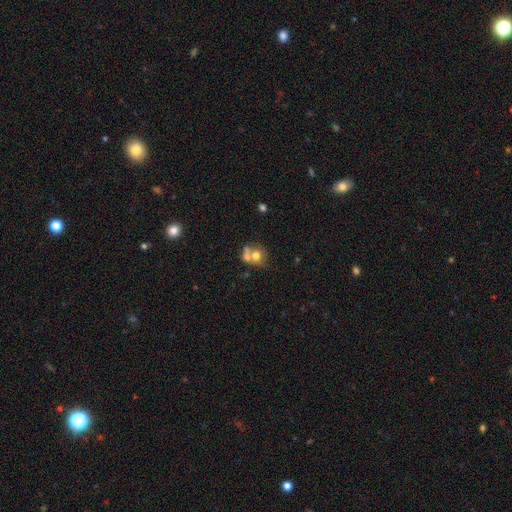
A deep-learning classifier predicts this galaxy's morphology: Smooth or featured? Predicted: smooth (p=0.64). How rounded? Predicted: round (p=0.67). Merging? Predicted: merger (p=0.53).